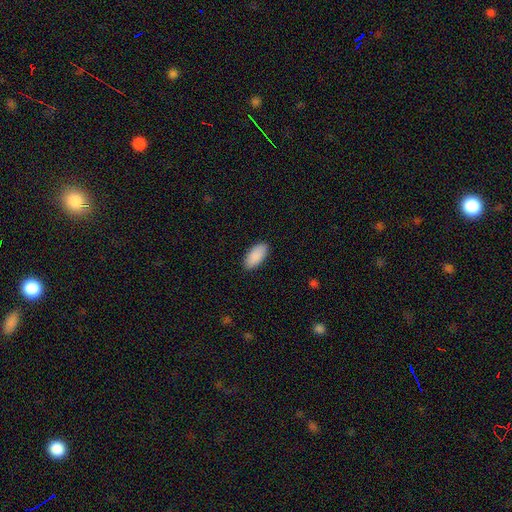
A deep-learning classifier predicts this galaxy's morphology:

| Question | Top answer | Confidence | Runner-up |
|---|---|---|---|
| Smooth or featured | smooth | 91% | star or artifact (6%) |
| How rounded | in between | 93% | cigar-shaped (5%) |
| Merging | none | 89% | minor disturbance (8%) |